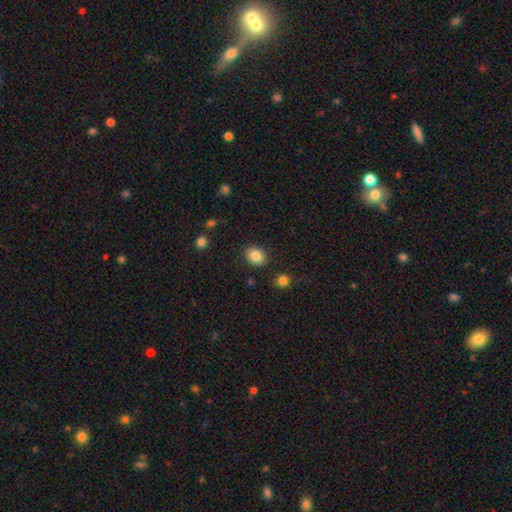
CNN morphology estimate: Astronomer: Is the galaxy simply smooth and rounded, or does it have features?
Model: smooth — 85%.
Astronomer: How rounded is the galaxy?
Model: in between — 52% (runner-up: round, 47%).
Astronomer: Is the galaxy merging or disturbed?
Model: none — 88%.